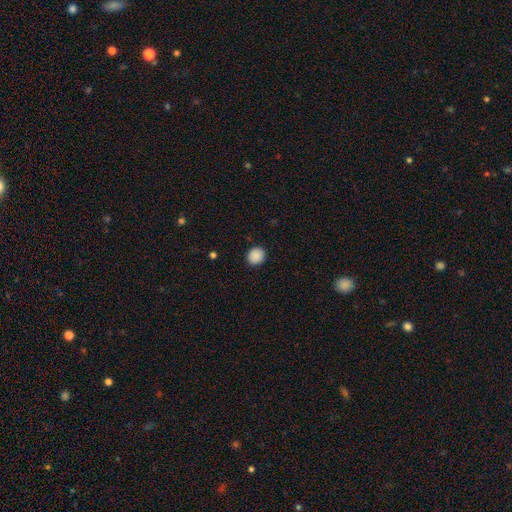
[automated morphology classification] Smooth or featured?
  - smooth: 89% *
  - star or artifact: 9%
  - featured or disk: 2%
How rounded?
  - round: 79% *
  - in between: 20%
  - cigar-shaped: 1%
Merging?
  - none: 90% *
  - minor disturbance: 7%
  - major disturbance: 2%
  - merger: 1%